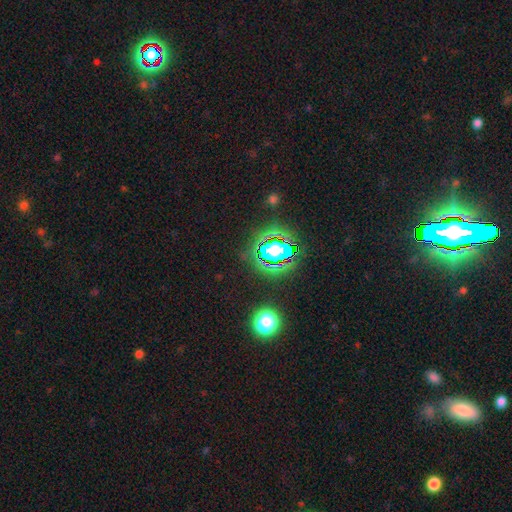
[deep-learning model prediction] Smooth or featured?
  - star or artifact: 78% *
  - smooth: 14%
  - featured or disk: 8%